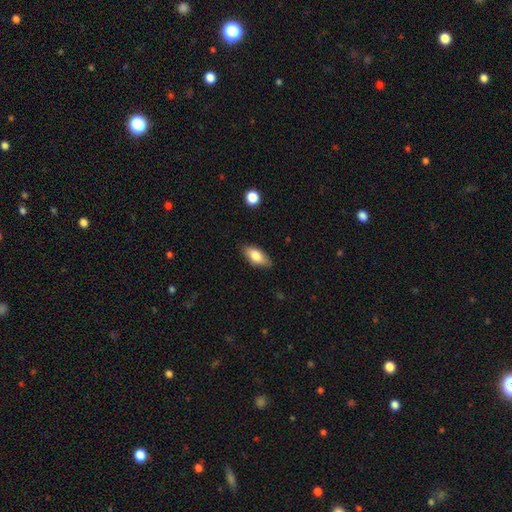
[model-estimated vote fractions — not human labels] A smooth galaxy with no disk features (78%) that is in between round and cigar-shaped (86%). Merging: none (84%).